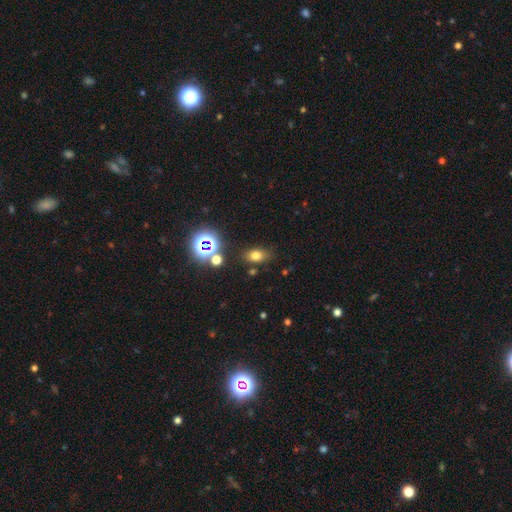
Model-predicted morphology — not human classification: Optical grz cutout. It shows a smooth galaxy with no disk features (70%) that is in between round and cigar-shaped (76%). Merging: none (78%).